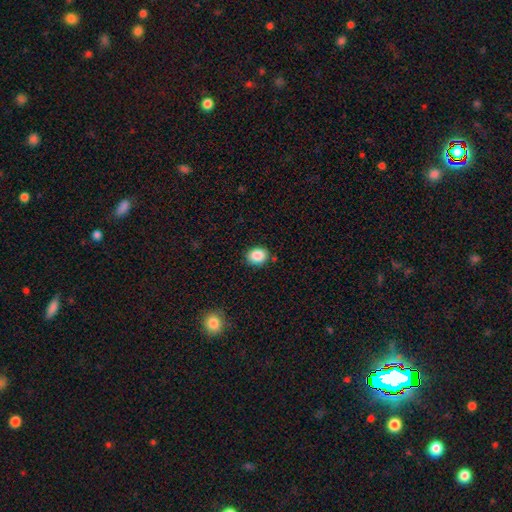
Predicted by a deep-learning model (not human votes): smooth 87%, star or artifact 9%, featured or disk 4%. Down the decision tree: how rounded — round (52%); merging — none (84%).